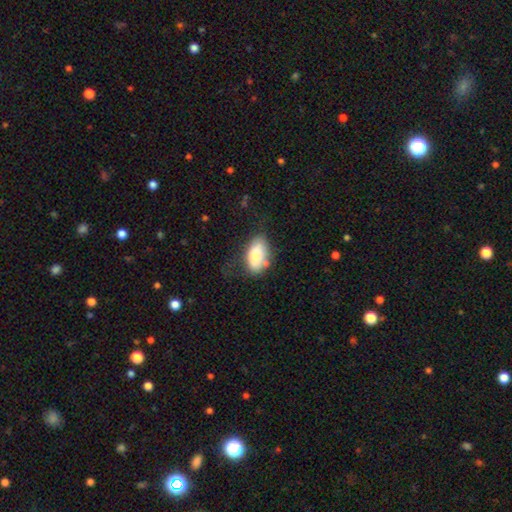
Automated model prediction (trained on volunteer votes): This is clearly a smooth galaxy (81%). How rounded: clearly in between (92%). Merging: possibly none (54%).